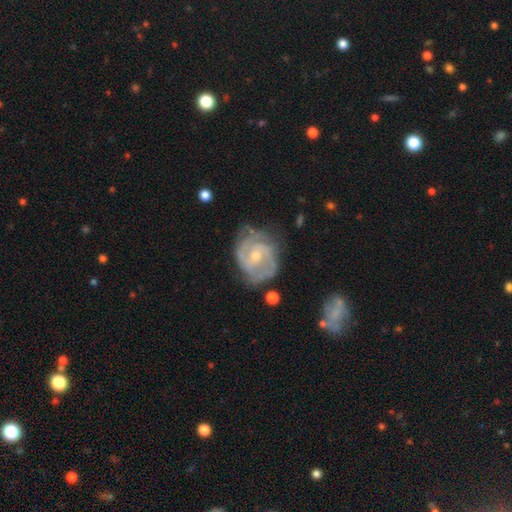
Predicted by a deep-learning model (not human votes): smooth-or-featured: featured or disk: 85% | smooth: 10% | star or artifact: 5%
  disk-edge-on: no: 98% | yes: 2%
    bar: no: 51% | weak: 40% | strong: 8%
    has-spiral-arms: yes: 94% | no: 6%
      spiral-winding: tight: 48% | medium: 41% | loose: 10%
      spiral-arm-count: 2: 53% | can't tell: 20% | 3: 16% | 4: 4% | 1: 4% | more than 4: 3%
    bulge-size: small: 57% | moderate: 39% | none: 2% | large: 1% | dominant: 1%
  merging: none: 61% | minor disturbance: 25% | major disturbance: 11% | merger: 3%